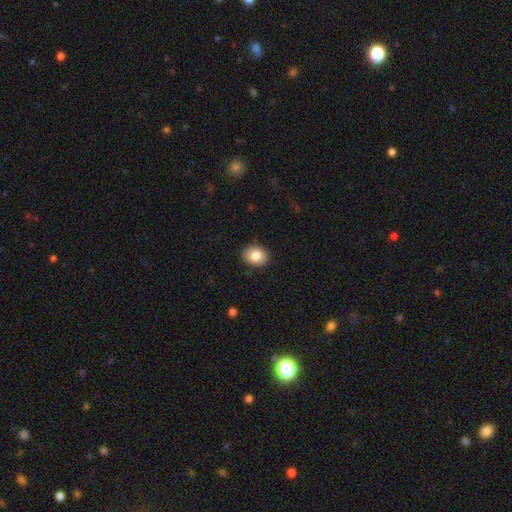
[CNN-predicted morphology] Overall: smooth (85%). How rounded: round (52%; in between 48%). Merging: none (88%).